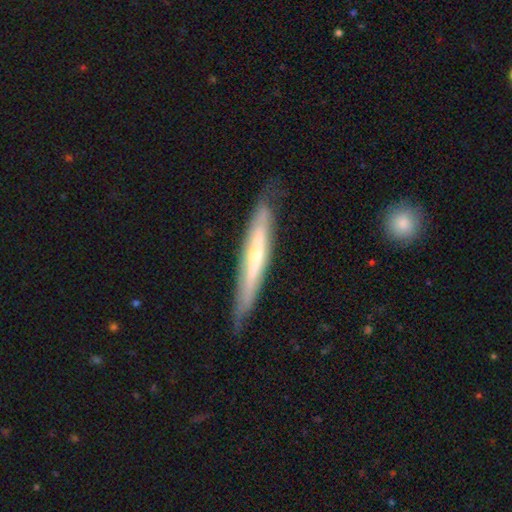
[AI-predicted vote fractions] smooth-or-featured: featured or disk: 64% | smooth: 30% | star or artifact: 6%
  disk-edge-on: yes: 82% | no: 18%
    edge-on-bulge: rounded: 58% | none: 37% | boxy: 5%
  merging: none: 78% | minor disturbance: 17% | major disturbance: 3% | merger: 1%